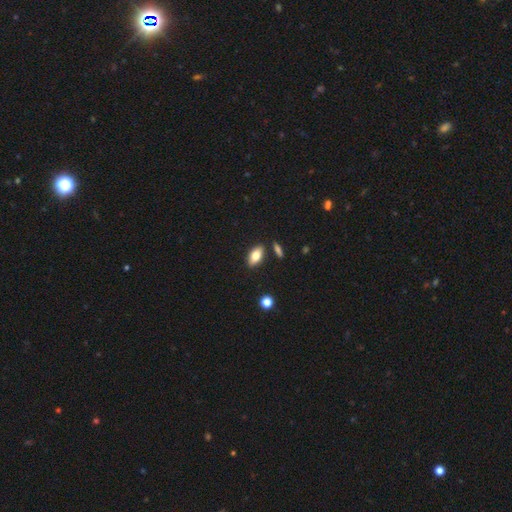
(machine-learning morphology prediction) Smooth or featured?
  - smooth: 77% *
  - featured or disk: 16%
  - star or artifact: 7%
How rounded?
  - in between: 88% *
  - cigar-shaped: 9%
  - round: 4%
Merging?
  - none: 84% *
  - minor disturbance: 9%
  - merger: 5%
  - major disturbance: 2%